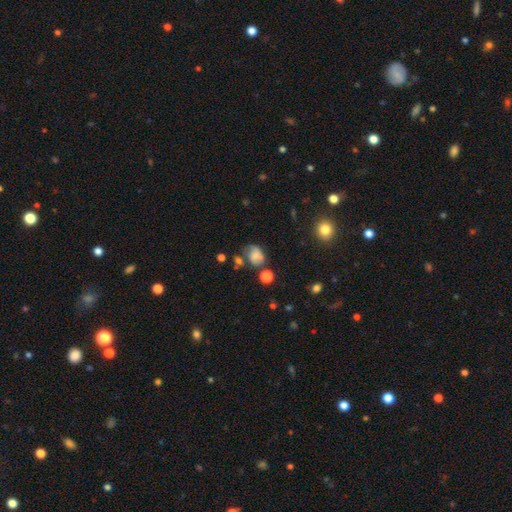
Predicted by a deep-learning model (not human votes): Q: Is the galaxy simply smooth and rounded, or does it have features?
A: smooth — 58%.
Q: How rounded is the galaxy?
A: in between — 57%.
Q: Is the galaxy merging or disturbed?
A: none — 45%.